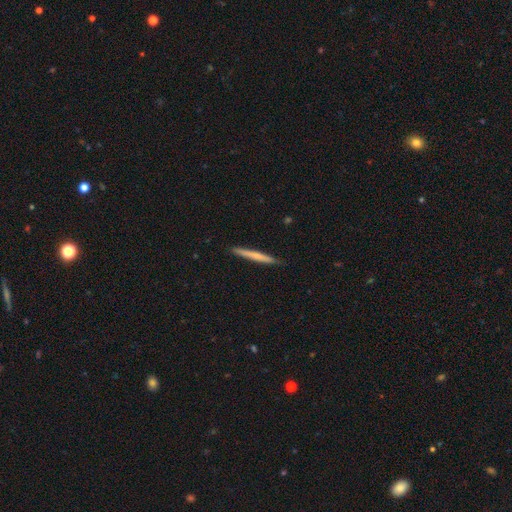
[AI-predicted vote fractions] Smooth or featured?
  - smooth: 58% *
  - featured or disk: 37%
  - star or artifact: 5%
How rounded?
  - cigar-shaped: 97% *
  - in between: 2%
  - round: 1%
Merging?
  - none: 91% *
  - minor disturbance: 7%
  - major disturbance: 1%
  - merger: 1%